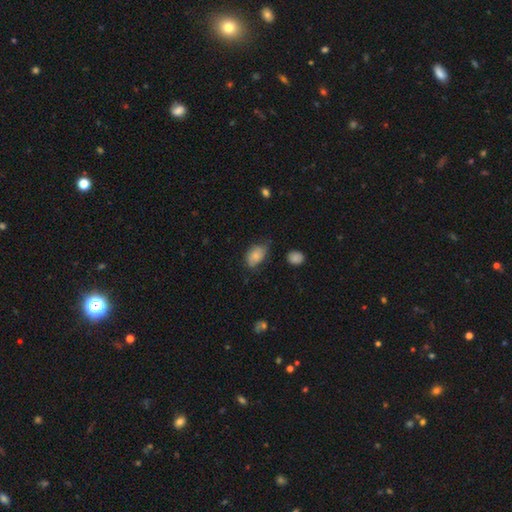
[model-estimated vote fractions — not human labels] Smooth or featured? smooth (79%)
How rounded? in between (87%)
Merging? none (52%)